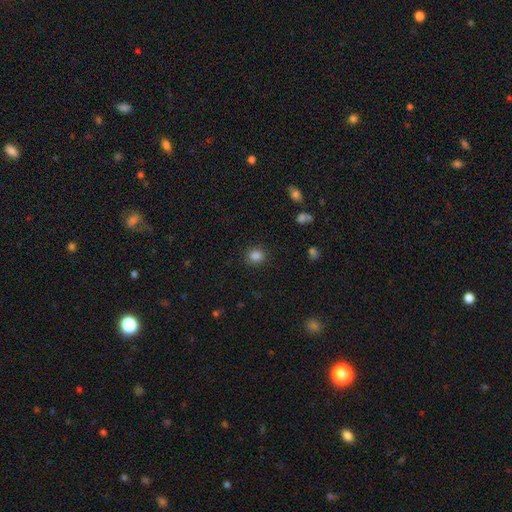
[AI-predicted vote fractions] This appears to be a smooth galaxy with no disk features (85%) that is round (75%). Merging: none (88%).